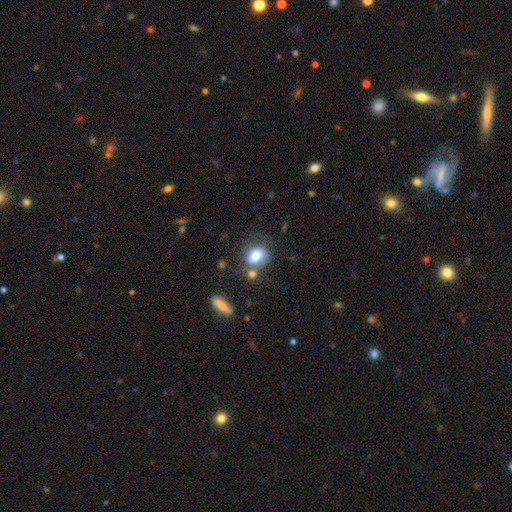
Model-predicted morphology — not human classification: A smooth galaxy with no disk features (80%) that is in between round and cigar-shaped (51%). Merging: none (54%).